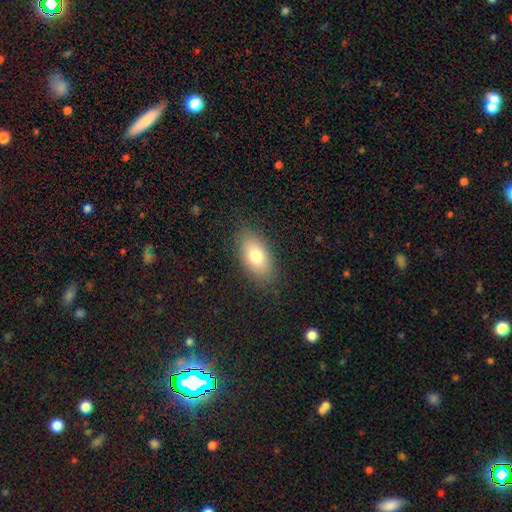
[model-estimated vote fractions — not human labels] A smooth galaxy with no disk features (77%) that is in between round and cigar-shaped (90%). Merging: none (85%).